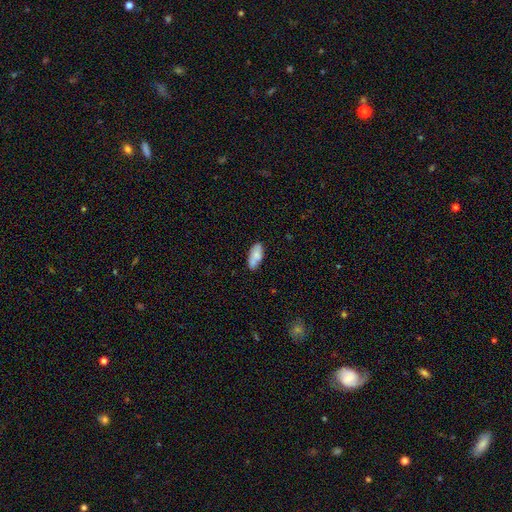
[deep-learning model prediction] smooth_or_featured: smooth (p=0.74) [alt: featured or disk p=0.19]
how_rounded: in between (p=0.83) [alt: cigar-shaped p=0.14]
merging: none (p=0.72) [alt: minor disturbance p=0.19]